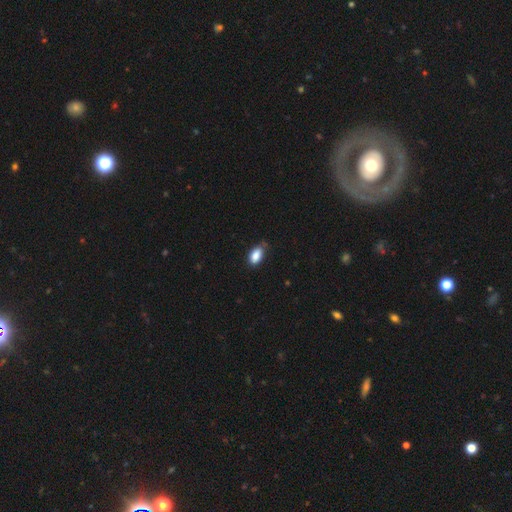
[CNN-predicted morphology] The model was most divided on "merging": none: 65%, minor disturbance: 28%, major disturbance: 4%, merger: 2%. More confident: how rounded — in between (92%); smooth or featured — smooth (87%).